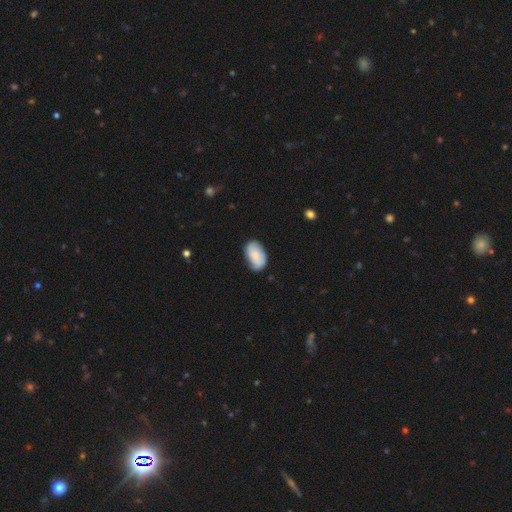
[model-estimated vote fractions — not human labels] Overall: smooth (78%). How rounded: in between (93%). Merging: none (71%).